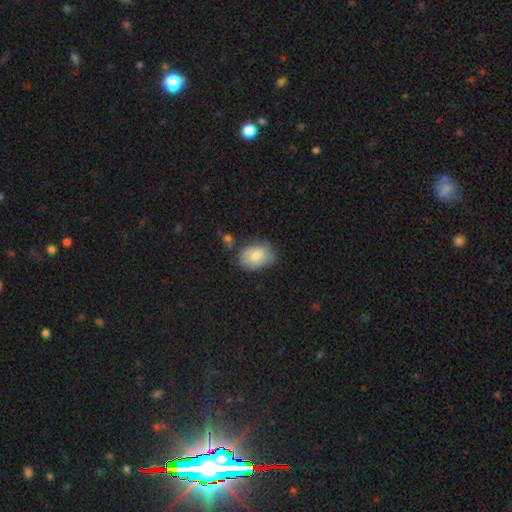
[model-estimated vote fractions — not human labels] Smooth or featured?
  - smooth: 75% *
  - featured or disk: 18%
  - star or artifact: 7%
How rounded?
  - in between: 80% *
  - round: 19%
  - cigar-shaped: 1%
Merging?
  - none: 69% *
  - minor disturbance: 23%
  - major disturbance: 5%
  - merger: 3%